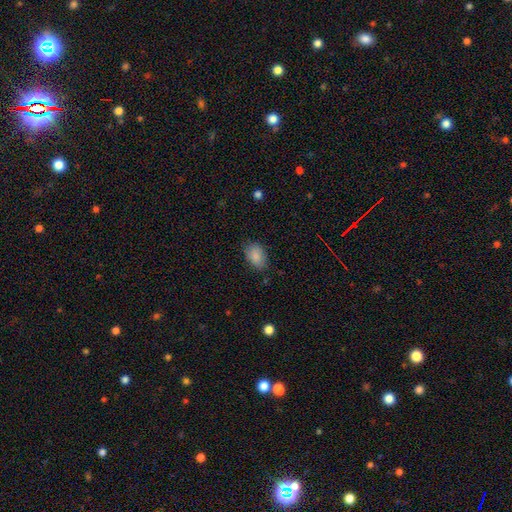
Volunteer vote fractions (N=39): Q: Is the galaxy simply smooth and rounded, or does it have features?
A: smooth — 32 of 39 (82%).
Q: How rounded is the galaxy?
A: in between — 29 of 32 (91%).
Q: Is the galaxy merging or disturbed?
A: none — 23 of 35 (66%).